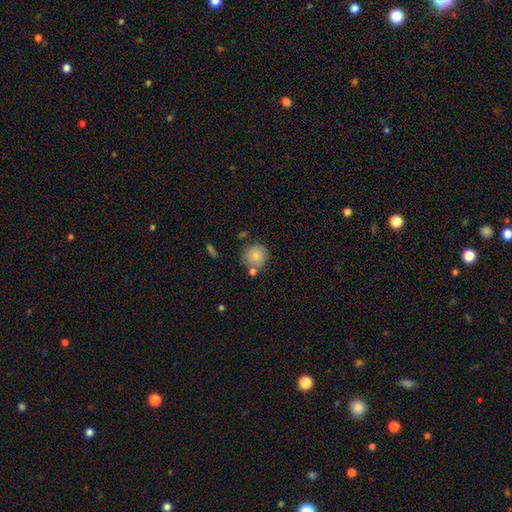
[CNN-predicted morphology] smooth 84%, star or artifact 8%, featured or disk 8%. Down the decision tree: how rounded — round (91%); merging — none (71%).